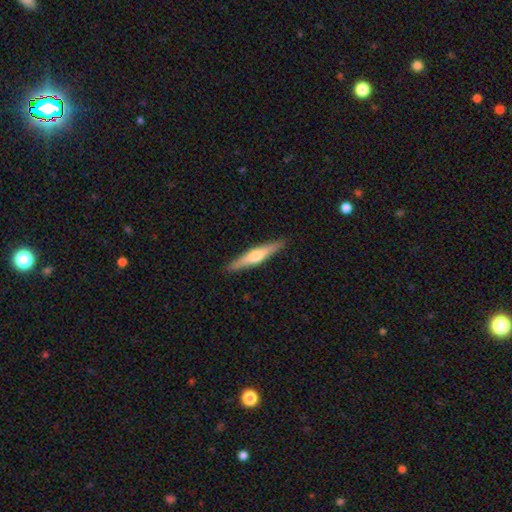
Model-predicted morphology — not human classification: This appears to be a featured or disk galaxy (56%) viewed edge-on (96%) with a rounded central bulge (89%). Merging: none (91%).